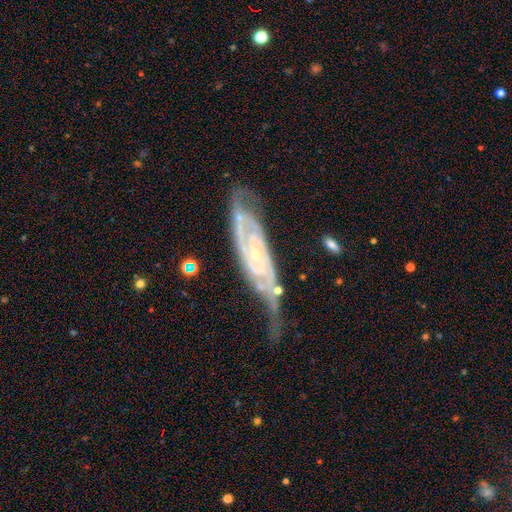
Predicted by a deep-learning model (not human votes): A featured or disk galaxy (88%) with no bar (56%), 2 (57%) tight (63%) spiral arms (97%) and a small central bulge (78%).

Vote fractions:
- Smooth or featured? featured or disk: 88% / smooth: 6% / star or artifact: 6%
- Edge-on disk? no: 88% / yes: 12%
- Bar? no: 56% / weak: 31% / strong: 13%
- Spiral arms? yes: 97% / no: 3%
- Spiral winding? tight: 63% / medium: 30% / loose: 7%
- Spiral arm count? 2: 57% / can't tell: 18% / 3: 13% / 4: 5% / 1: 4% / more than 4: 4%
- Bulge size? small: 78% / moderate: 16% / none: 3% / large: 1% / dominant: 1%
- Merging? none: 52% / minor disturbance: 28% / major disturbance: 16% / merger: 5%